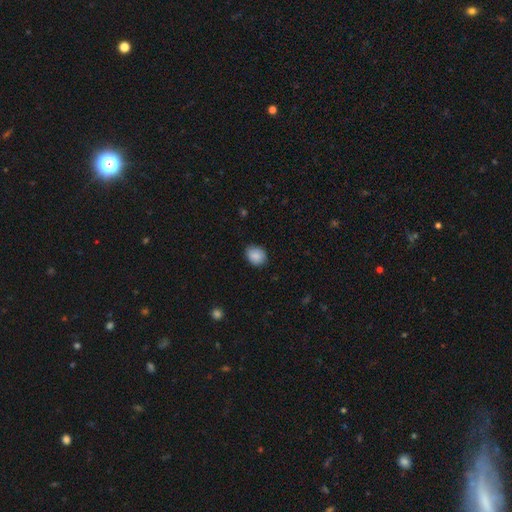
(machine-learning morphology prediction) Smooth or featured? smooth (88%)
How rounded? round (58%)
Merging? none (83%)